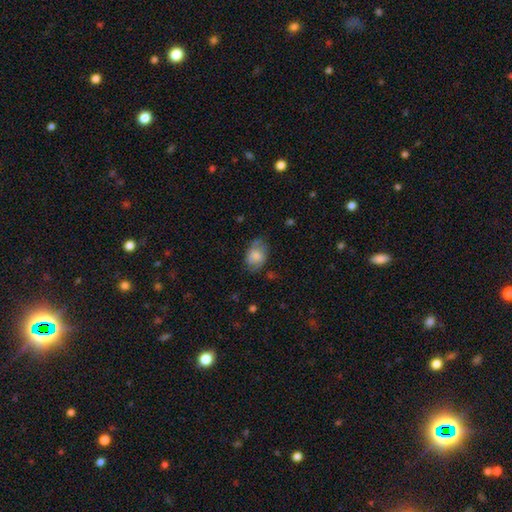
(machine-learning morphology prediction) The model was most divided on "merging": none: 57%, minor disturbance: 29%, major disturbance: 12%, merger: 2%. More confident: how rounded — in between (71%); smooth or featured — smooth (71%).